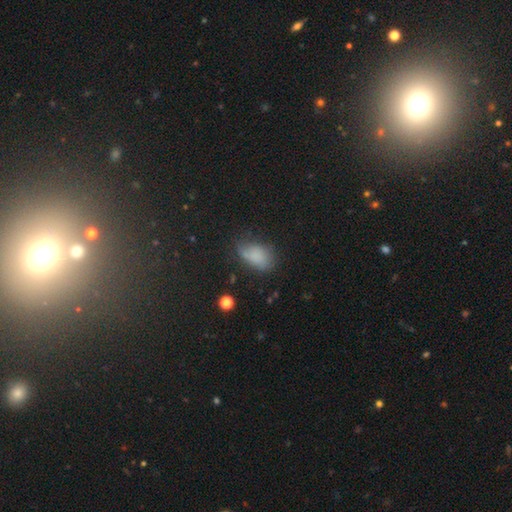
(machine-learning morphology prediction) This appears to be a smooth galaxy with no disk features (76%) that is in between round and cigar-shaped (87%). Merging: none (48%).